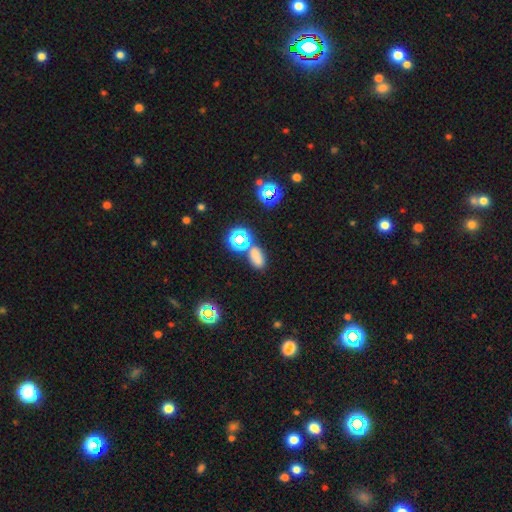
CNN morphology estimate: Q: Smooth or featured?
A: smooth (63%); runner-up: star or artifact (29%)
Q: How rounded?
A: in between (83%); runner-up: round (15%)
Q: Merging?
A: none (61%); runner-up: merger (19%)